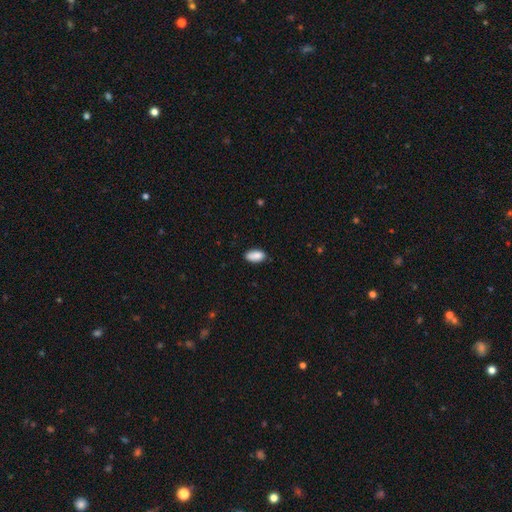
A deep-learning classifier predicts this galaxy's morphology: smooth_or_featured: smooth (p=0.88) [alt: star or artifact p=0.07]
how_rounded: in between (p=0.93) [alt: cigar-shaped p=0.05]
merging: none (p=0.79) [alt: minor disturbance p=0.17]